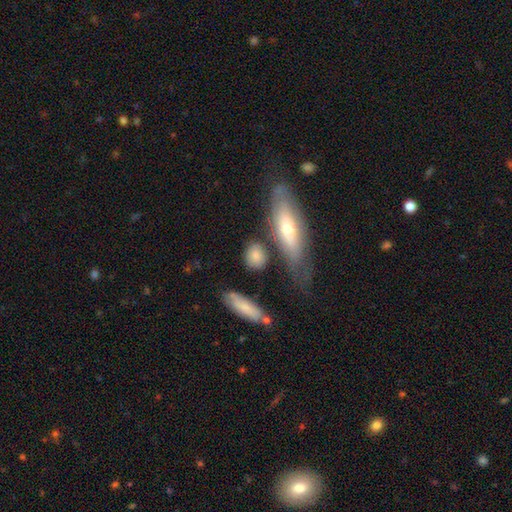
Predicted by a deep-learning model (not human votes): A smooth galaxy with no disk features (79%) that is round (55%). Merging: none (72%).